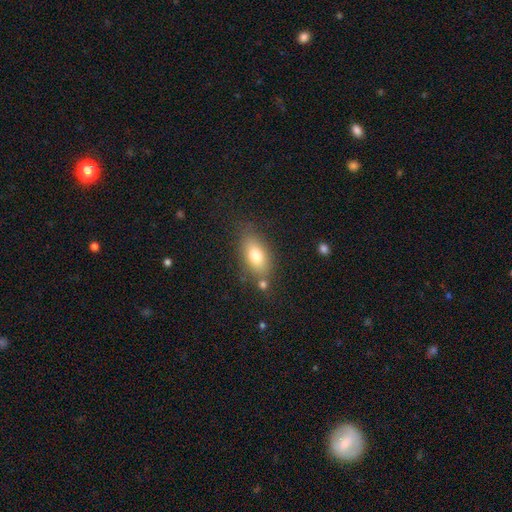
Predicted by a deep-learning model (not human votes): The model was most divided on "merging": none: 72%, minor disturbance: 15%, merger: 9%, major disturbance: 5%. More confident: how rounded — in between (85%); smooth or featured — smooth (77%).